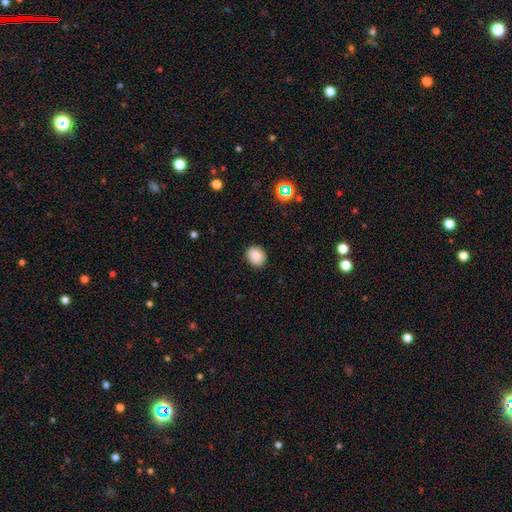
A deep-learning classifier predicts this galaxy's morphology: smooth-or-featured: smooth: 86% | star or artifact: 9% | featured or disk: 5%
  how-rounded: round: 58% | in between: 41% | cigar-shaped: 1%
  merging: none: 90% | minor disturbance: 7% | major disturbance: 2% | merger: 1%